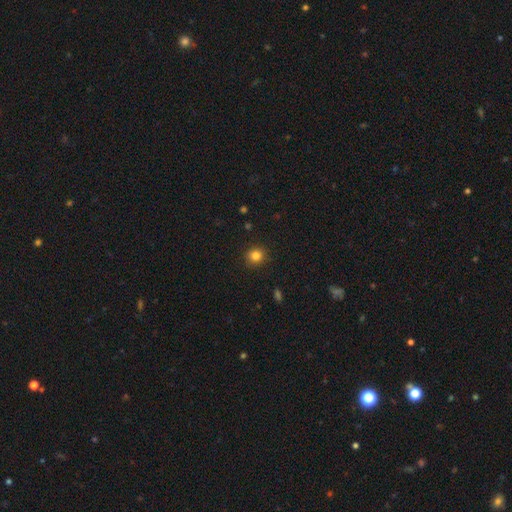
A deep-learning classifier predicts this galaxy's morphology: Overall: smooth (84%). How rounded: round (86%). Merging: none (90%).